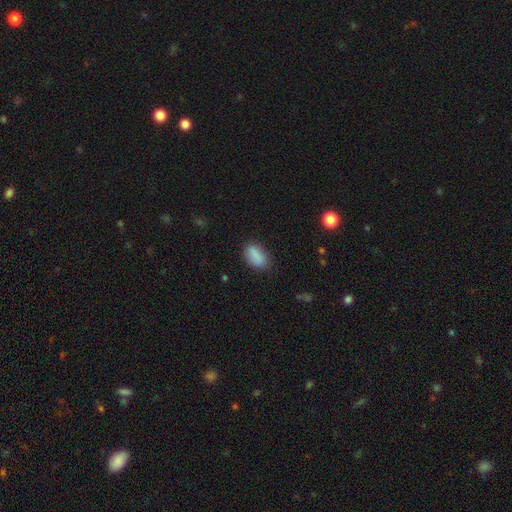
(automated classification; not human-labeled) The model was most divided on "merging": none: 78%, minor disturbance: 16%, major disturbance: 4%, merger: 2%. More confident: how rounded — in between (90%); smooth or featured — smooth (86%).